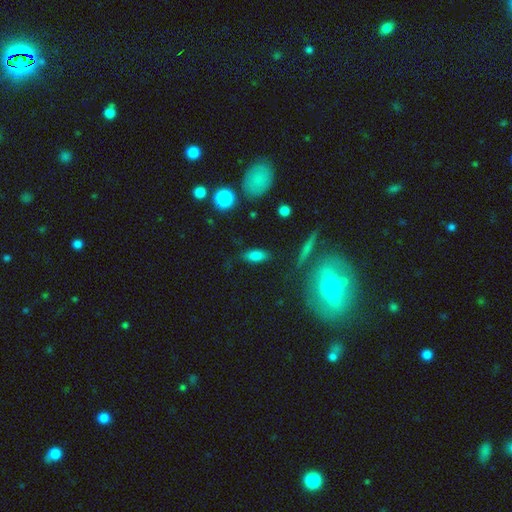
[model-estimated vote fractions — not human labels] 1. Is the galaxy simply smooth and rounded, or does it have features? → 78% smooth, 11% featured or disk, 11% star or artifact.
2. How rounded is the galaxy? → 81% in between, 15% cigar-shaped, 4% round.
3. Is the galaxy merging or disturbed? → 80% none, 14% minor disturbance, 4% major disturbance, 2% merger.